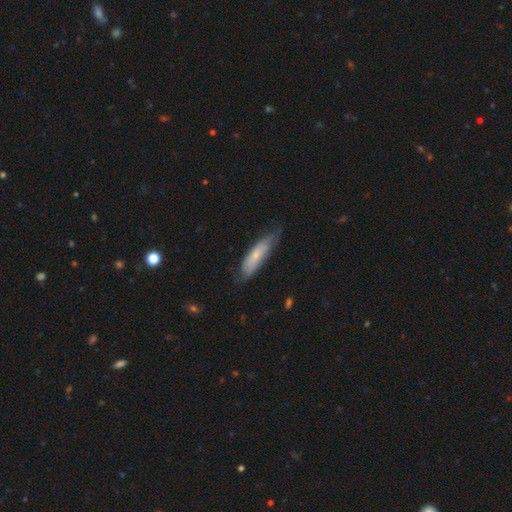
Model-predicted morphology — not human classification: Smooth or featured?
  - smooth: 60% *
  - featured or disk: 34%
  - star or artifact: 6%
How rounded?
  - cigar-shaped: 62% *
  - in between: 37%
  - round: 2%
Merging?
  - none: 61% *
  - minor disturbance: 30%
  - major disturbance: 7%
  - merger: 2%